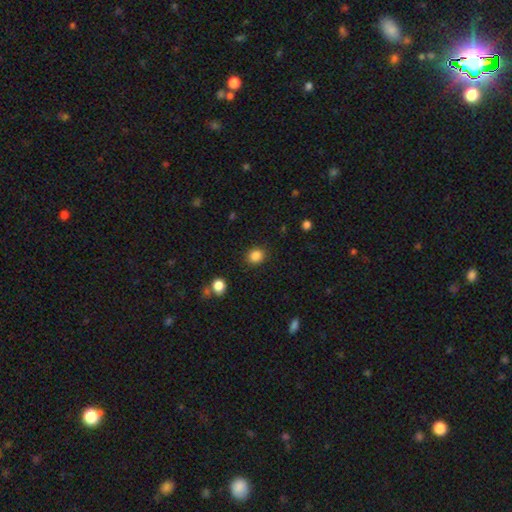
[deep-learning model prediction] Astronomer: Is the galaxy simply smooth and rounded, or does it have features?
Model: smooth — 86%.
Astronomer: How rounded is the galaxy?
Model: round — 71%.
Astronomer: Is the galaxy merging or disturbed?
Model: none — 88%.